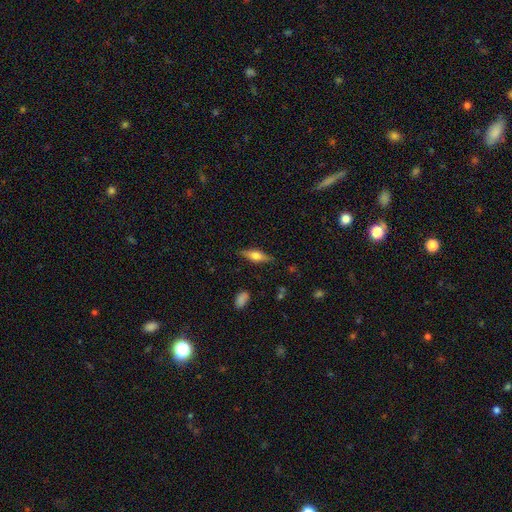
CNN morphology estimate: This is possibly a smooth galaxy (47%). Merging: clearly none (83%).